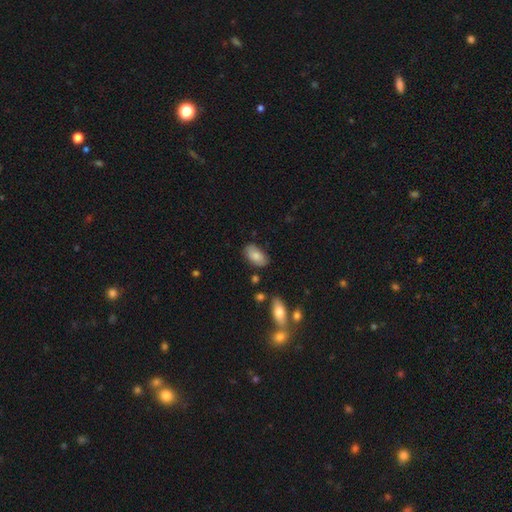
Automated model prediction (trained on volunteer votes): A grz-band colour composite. It shows a smooth galaxy with no disk features (81%) that is in between round and cigar-shaped (94%). Merging: none (78%).